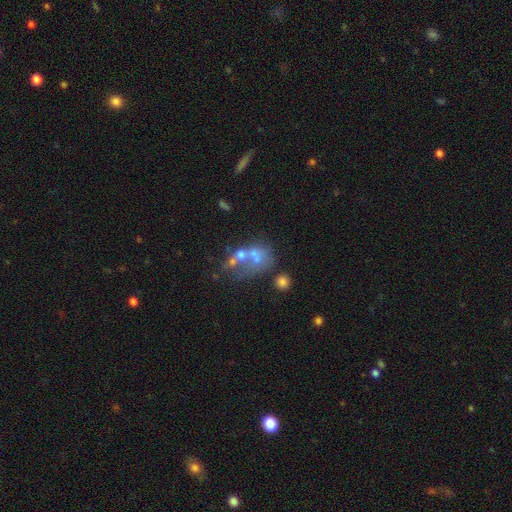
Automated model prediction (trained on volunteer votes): A featured or disk galaxy (42%).

Vote fractions:
- Smooth or featured? featured or disk: 42% / smooth: 41% / star or artifact: 17%
- Merging? merger: 51% / none: 22% / major disturbance: 18% / minor disturbance: 10%